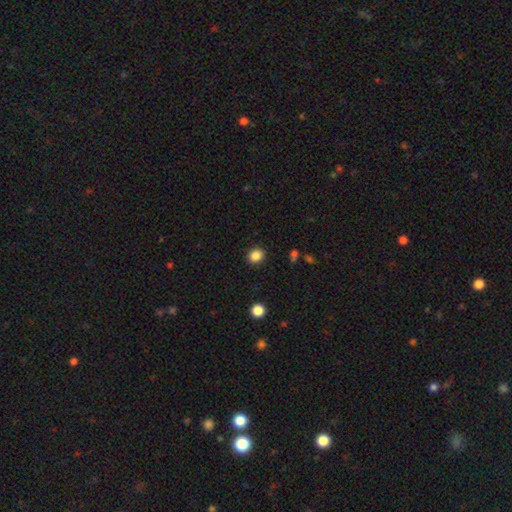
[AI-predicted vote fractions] Smooth or featured?
  - smooth: 86% *
  - star or artifact: 10%
  - featured or disk: 3%
How rounded?
  - round: 63% *
  - in between: 37%
  - cigar-shaped: 1%
Merging?
  - none: 89% *
  - minor disturbance: 7%
  - major disturbance: 2%
  - merger: 1%